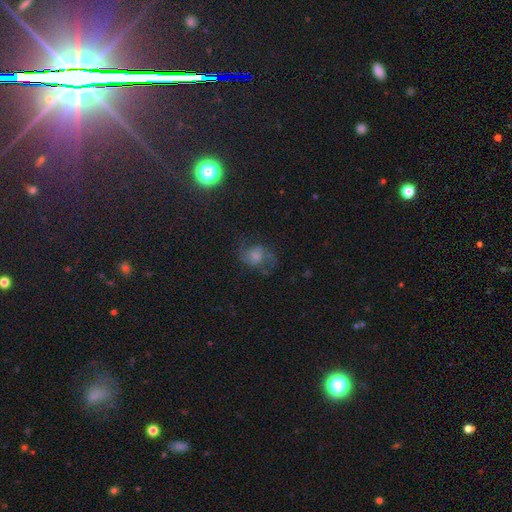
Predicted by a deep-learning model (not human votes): smooth-or-featured: featured or disk: 54% | smooth: 32% | star or artifact: 15%
  disk-edge-on: no: 97% | yes: 3%
    bar: no: 63% | weak: 31% | strong: 6%
    has-spiral-arms: yes: 85% | no: 15%
    bulge-size: moderate: 34% | small: 29% | none: 19% | large: 15% | dominant: 3%
  merging: none: 57% | minor disturbance: 21% | major disturbance: 20% | merger: 2%